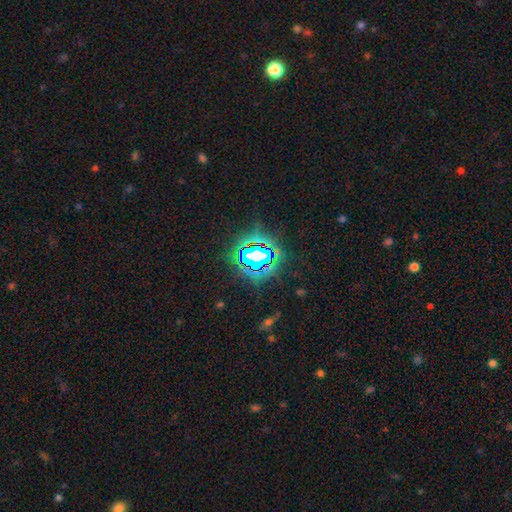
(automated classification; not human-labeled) Overall: star or artifact (75%).